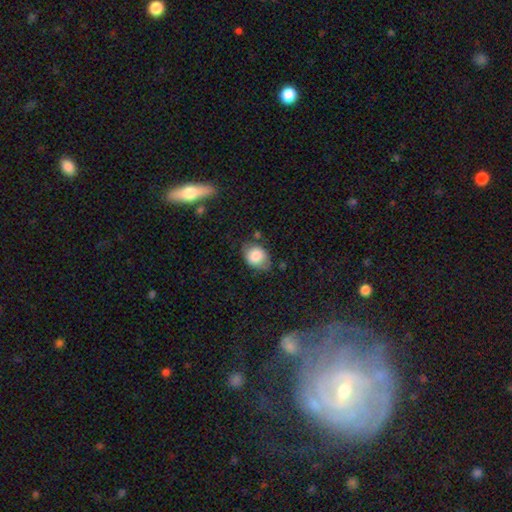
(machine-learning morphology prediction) The model was most divided on "how rounded": in between: 61%, round: 38%, cigar-shaped: 1%. More confident: smooth or featured — smooth (82%); merging — none (62%).